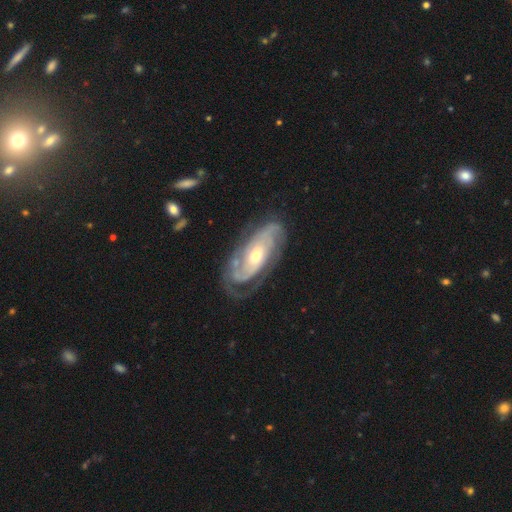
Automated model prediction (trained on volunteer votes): Overall: featured or disk (87%). Edge-on disk: no (93%). Bar: no (61%; weak 28%). Spiral arms: yes (96%). Spiral arm count: 2 (56%; can't tell 20%). Spiral winding: tight (59%; medium 32%). Bulge size: moderate (60%; small 33%). Merging: none (71%).